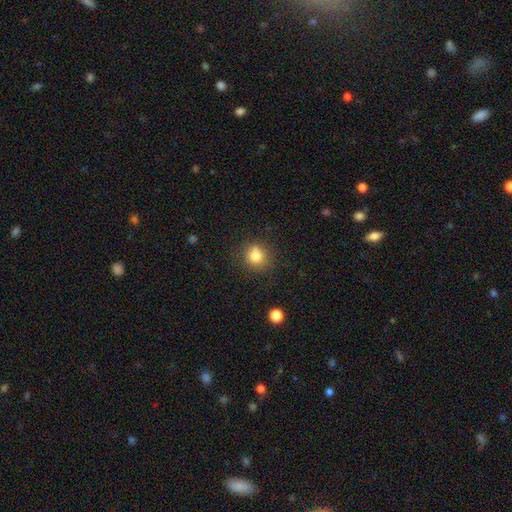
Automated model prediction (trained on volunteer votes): Q: Smooth or featured?
A: smooth (79%); runner-up: star or artifact (12%)
Q: How rounded?
A: round (87%); runner-up: in between (12%)
Q: Merging?
A: none (73%); runner-up: minor disturbance (13%)